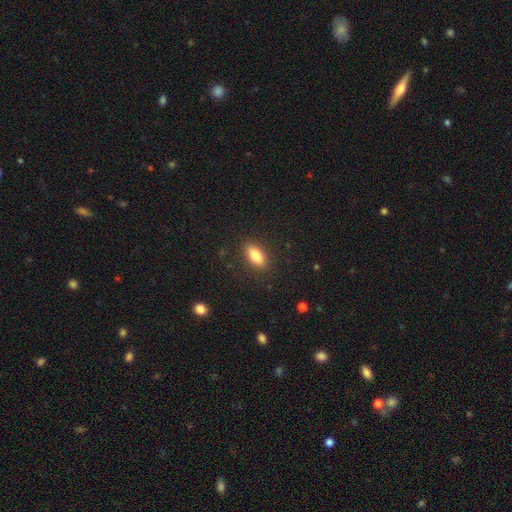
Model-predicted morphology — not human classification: A smooth galaxy with no disk features (80%) that is in between round and cigar-shaped (84%). Merging: none (87%).